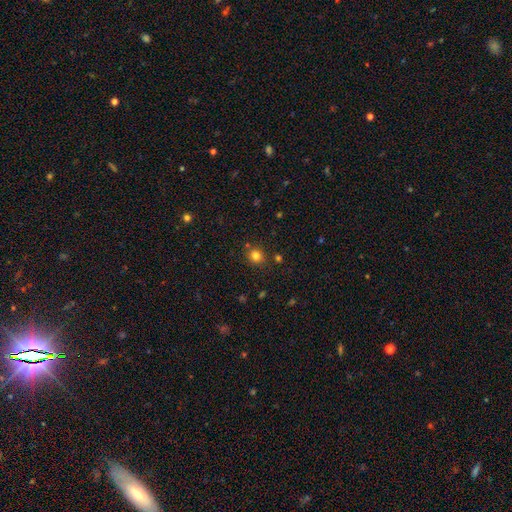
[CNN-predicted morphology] smooth_or_featured: smooth (p=0.80) [alt: star or artifact p=0.15]
how_rounded: round (p=0.86) [alt: in between p=0.13]
merging: none (p=0.84) [alt: minor disturbance p=0.08]